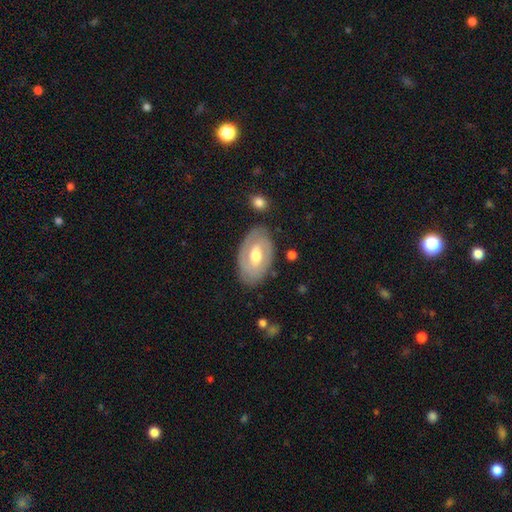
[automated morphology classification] This appears to be a featured or disk galaxy (64%) with a weak bar (44%), spiral arms (61%) and a moderate central bulge (73%). Merging: none (78%).